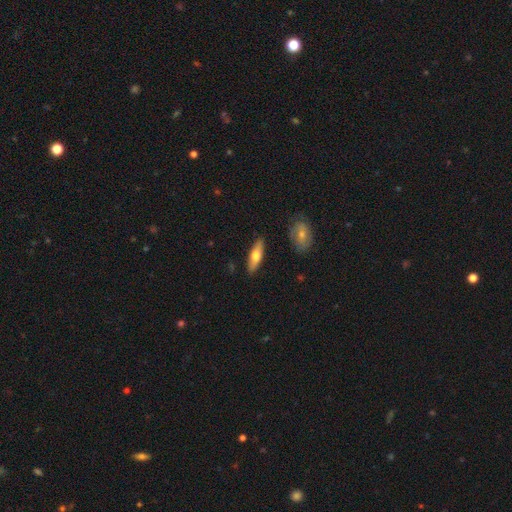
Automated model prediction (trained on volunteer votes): Smooth or featured? Predicted: smooth (p=0.62). How rounded? Predicted: cigar-shaped (p=0.54). Merging? Predicted: none (p=0.88).